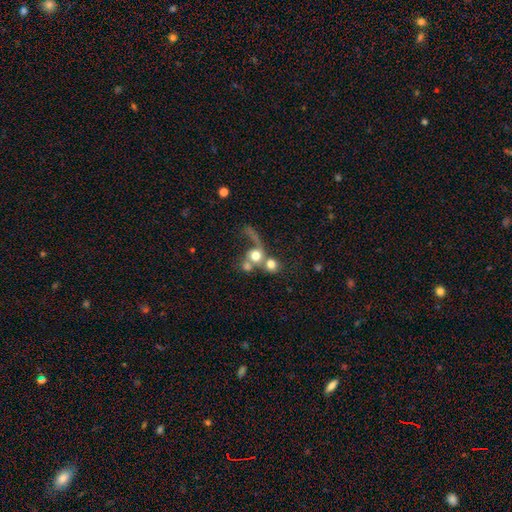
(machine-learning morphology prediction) Smooth or featured? Predicted: smooth (p=0.58). How rounded? Predicted: round (p=0.78). Merging? Predicted: merger (p=0.55).